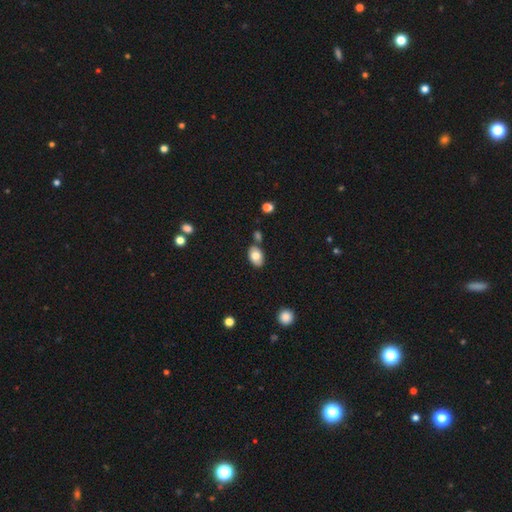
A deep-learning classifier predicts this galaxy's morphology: Smooth or featured: smooth — 79% (featured or disk — 14%)
How rounded: in between — 90% (round — 9%)
Merging: none — 74% (minor disturbance — 13%)